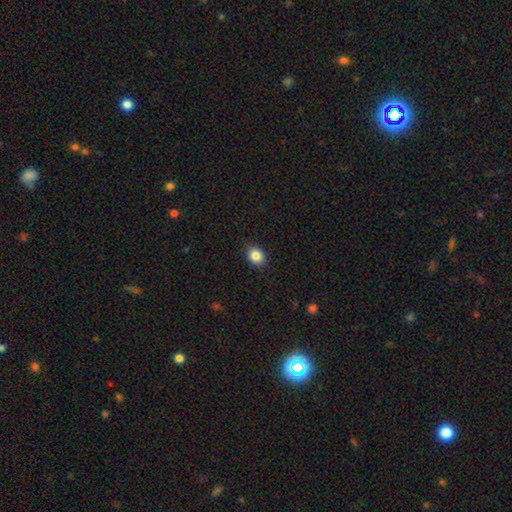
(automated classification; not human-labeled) This is clearly a smooth galaxy (86%). How rounded: possibly round (56%). Merging: clearly none (89%).